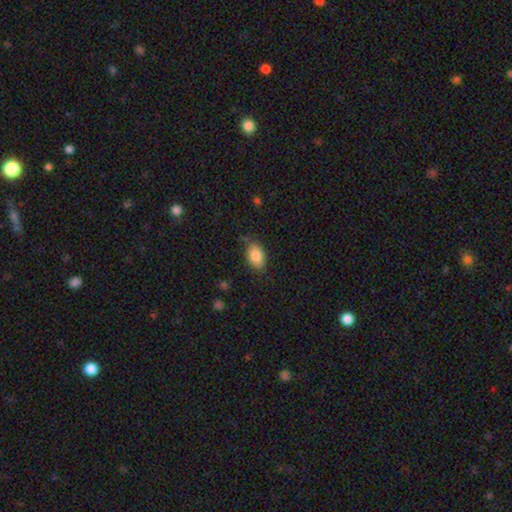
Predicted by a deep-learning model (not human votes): Q: Smooth or featured?
A: smooth (86%); runner-up: star or artifact (7%)
Q: How rounded?
A: in between (91%); runner-up: round (8%)
Q: Merging?
A: none (79%); runner-up: minor disturbance (16%)